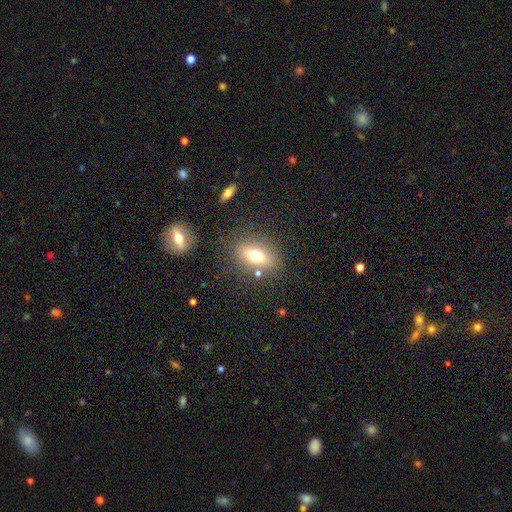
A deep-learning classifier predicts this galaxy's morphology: Overall: smooth (65%). How rounded: in between (74%). Merging: none (76%).